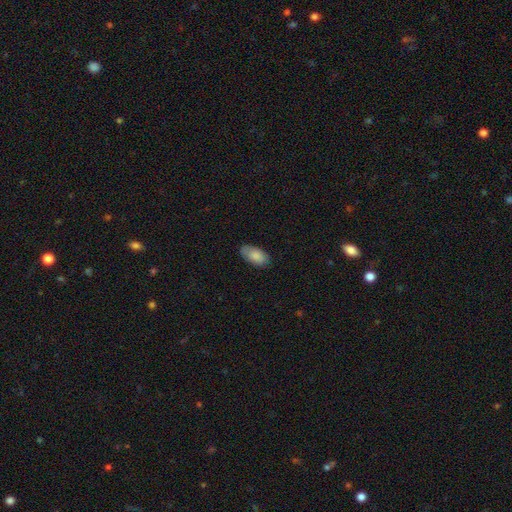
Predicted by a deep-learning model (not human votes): smooth_or_featured: smooth (p=0.85) [alt: featured or disk p=0.08]
how_rounded: in between (p=0.94) [alt: cigar-shaped p=0.03]
merging: none (p=0.80) [alt: minor disturbance p=0.17]